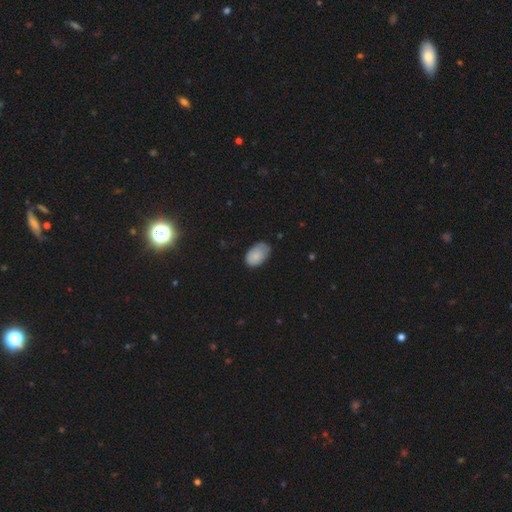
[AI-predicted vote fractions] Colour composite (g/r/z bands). It shows a smooth galaxy with no disk features (83%) that is in between round and cigar-shaped (91%). Merging: none (60%).